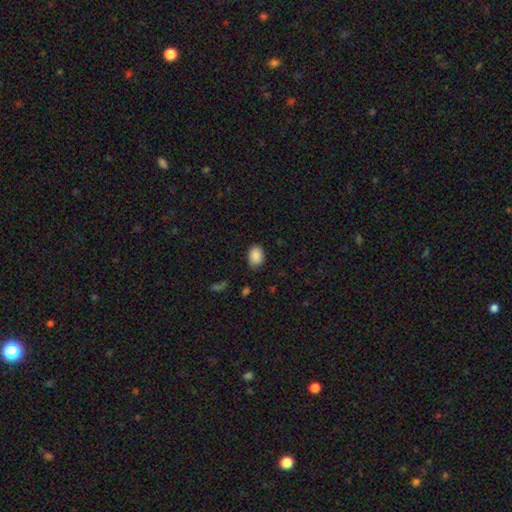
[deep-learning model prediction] The model was most divided on "how rounded": in between: 74%, round: 25%, cigar-shaped: 1%. More confident: smooth or featured — smooth (88%); merging — none (84%).